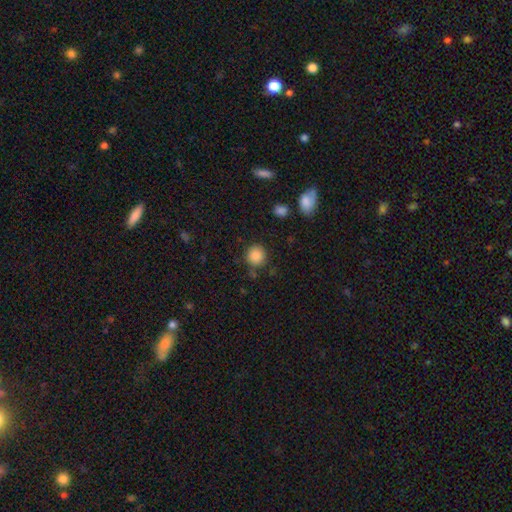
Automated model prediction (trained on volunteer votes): The model was most divided on "merging": none: 84%, minor disturbance: 10%, merger: 4%, major disturbance: 3%. More confident: how rounded — round (92%); smooth or featured — smooth (87%).